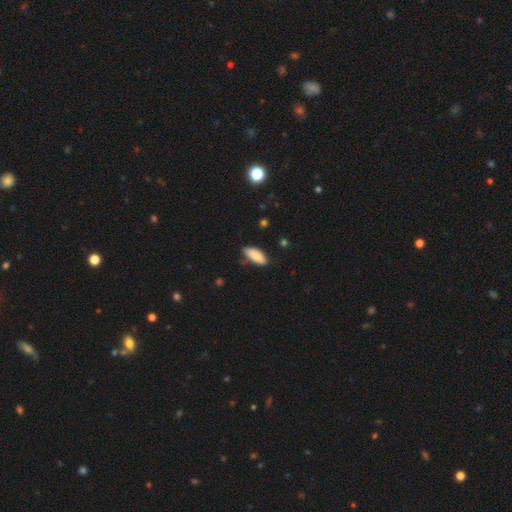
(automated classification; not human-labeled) Smooth or featured? Predicted: smooth (p=0.86). How rounded? Predicted: in between (p=0.82). Merging? Predicted: none (p=0.73).